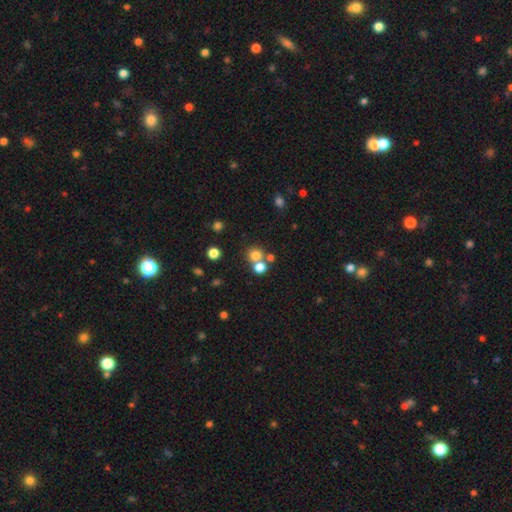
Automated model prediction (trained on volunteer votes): smooth 74%, star or artifact 17%, featured or disk 10%. Down the decision tree: how rounded — round (87%); merging — none (56%).